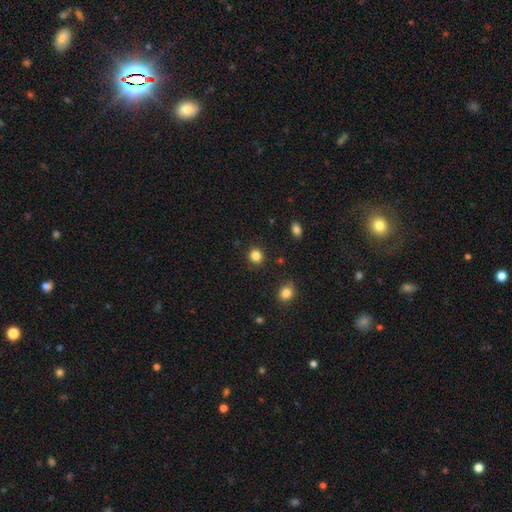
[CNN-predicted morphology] Smooth or featured? smooth (85%)
How rounded? round (88%)
Merging? none (90%)